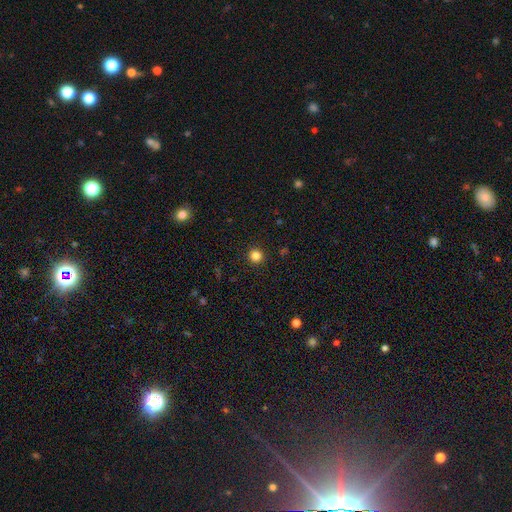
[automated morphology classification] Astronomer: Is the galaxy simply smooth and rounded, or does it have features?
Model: smooth — 83%.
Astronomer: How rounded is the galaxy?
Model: round — 95%.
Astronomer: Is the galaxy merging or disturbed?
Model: none — 93%.